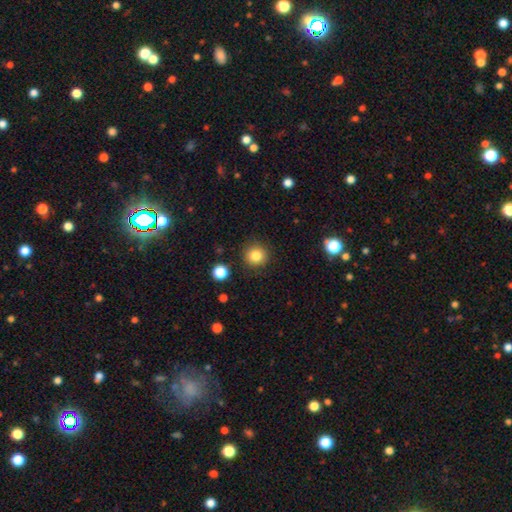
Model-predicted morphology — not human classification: This is clearly a smooth galaxy (83%). How rounded: clearly round (94%). Merging: clearly none (90%).